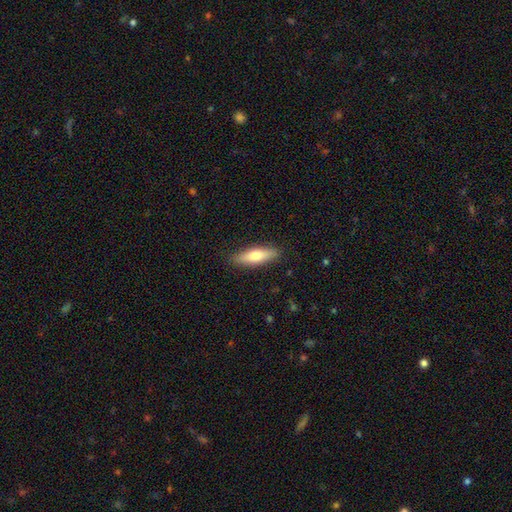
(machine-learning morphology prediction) This is likely a smooth galaxy (69%). How rounded: likely cigar-shaped (60%). Merging: clearly none (88%).